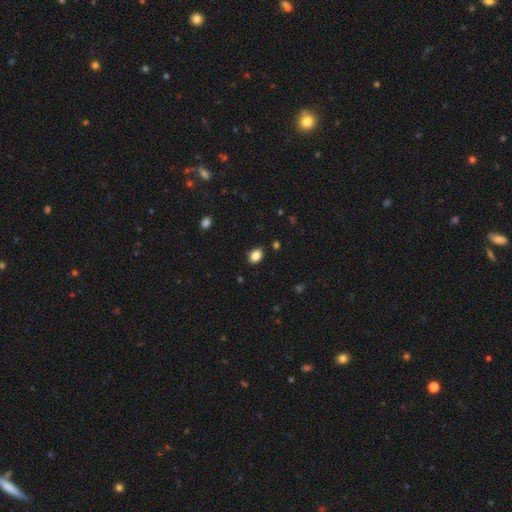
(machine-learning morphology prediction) A smooth galaxy with no disk features (85%) that is in between round and cigar-shaped (71%). Merging: none (84%).